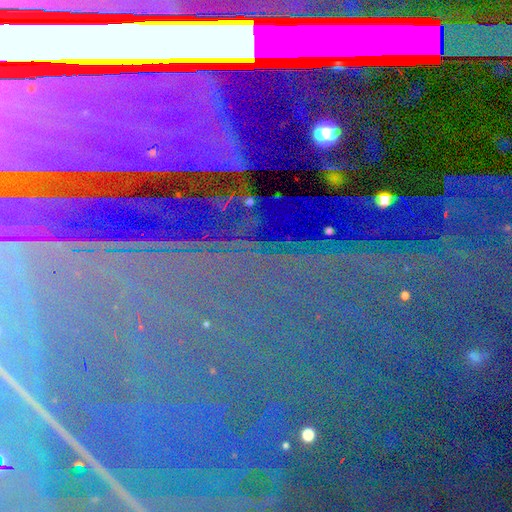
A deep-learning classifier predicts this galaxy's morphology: This appears to be a star or artifact, not a galaxy (84%).